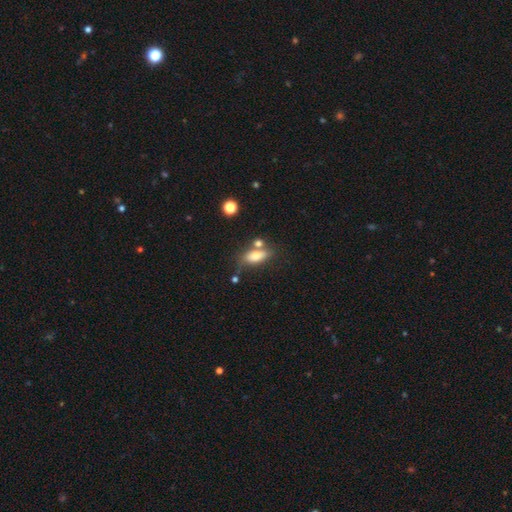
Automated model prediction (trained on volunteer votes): Smooth or featured? Predicted: smooth (p=0.73). How rounded? Predicted: in between (p=0.78). Merging? Predicted: none (p=0.56).